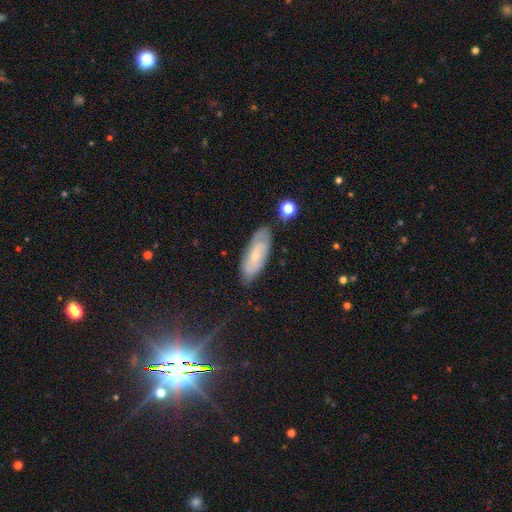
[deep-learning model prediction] A featured or disk galaxy (55%).

Vote fractions:
- Smooth or featured? featured or disk: 55% / smooth: 37% / star or artifact: 9%
- Edge-on disk? no: 84% / yes: 16%
- Merging? none: 75% / minor disturbance: 18% / major disturbance: 4% / merger: 2%